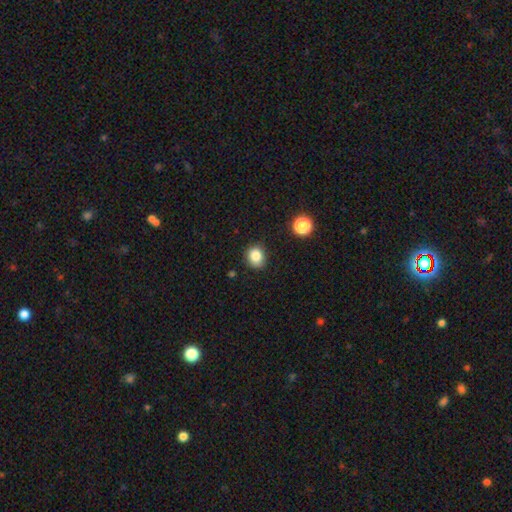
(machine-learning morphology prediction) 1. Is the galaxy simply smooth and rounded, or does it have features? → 84% smooth, 11% star or artifact, 5% featured or disk.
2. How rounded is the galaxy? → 71% round, 28% in between, 1% cigar-shaped.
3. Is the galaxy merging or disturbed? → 81% none, 14% minor disturbance, 3% major disturbance, 2% merger.